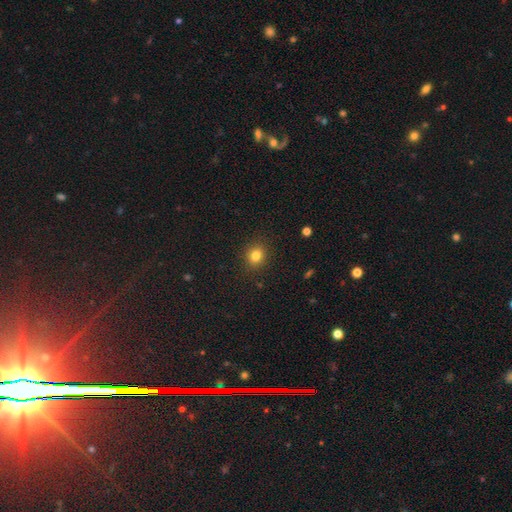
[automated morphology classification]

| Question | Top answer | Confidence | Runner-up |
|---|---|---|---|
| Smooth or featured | smooth | 82% | star or artifact (12%) |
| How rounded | round | 67% | in between (32%) |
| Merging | none | 88% | minor disturbance (8%) |